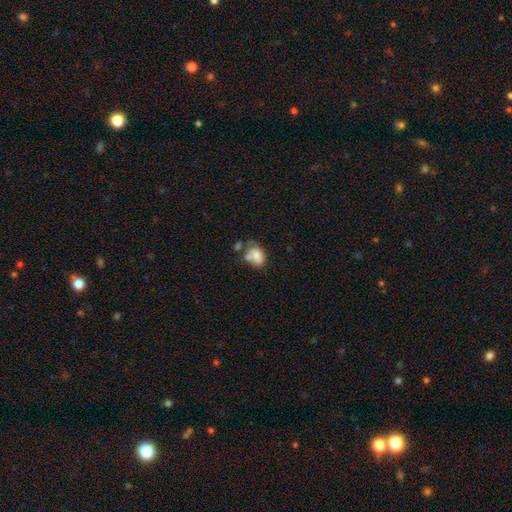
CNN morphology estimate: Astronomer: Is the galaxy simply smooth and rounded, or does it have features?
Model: smooth — 76%.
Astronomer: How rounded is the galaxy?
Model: in between — 81%.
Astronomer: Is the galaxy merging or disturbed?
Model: none — 33% (runner-up: merger, 29%).